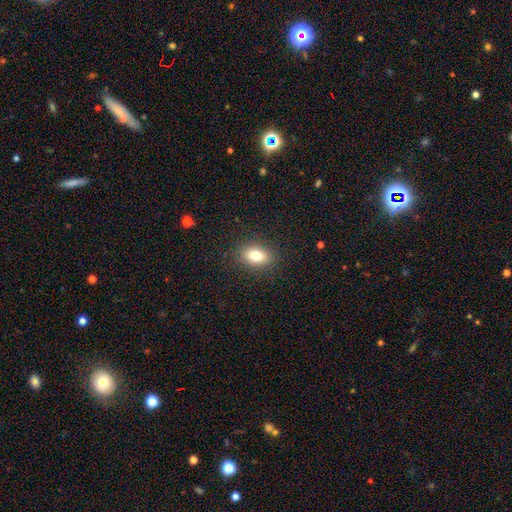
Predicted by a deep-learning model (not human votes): This is likely a smooth galaxy (79%). How rounded: clearly in between (80%). Merging: clearly none (88%).